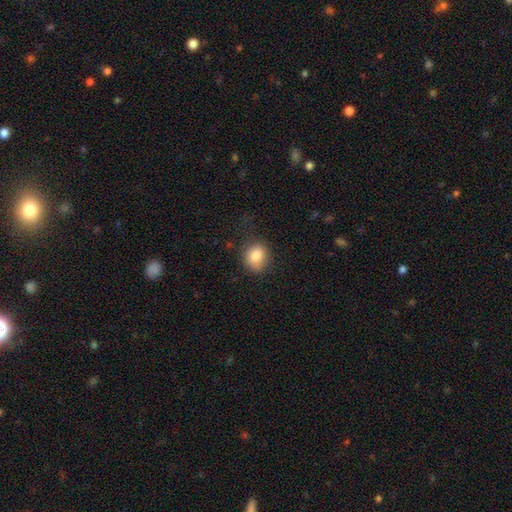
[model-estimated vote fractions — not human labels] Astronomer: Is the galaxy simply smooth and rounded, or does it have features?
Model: smooth — 84%.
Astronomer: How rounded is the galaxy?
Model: round — 58% (runner-up: in between, 41%).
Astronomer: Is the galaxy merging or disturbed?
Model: none — 71%.